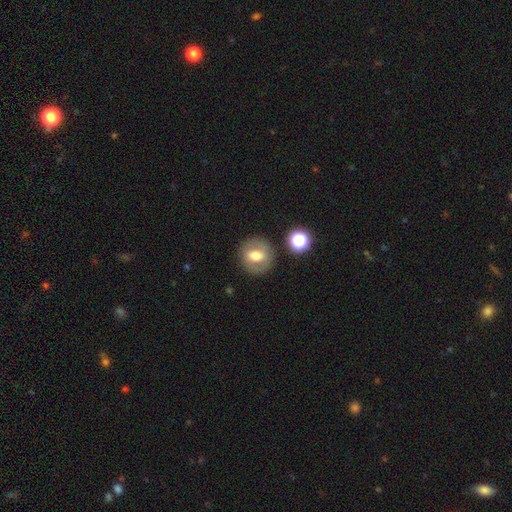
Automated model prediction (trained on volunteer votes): Overall: smooth (48%; featured or disk 44%). Merging: none (81%).